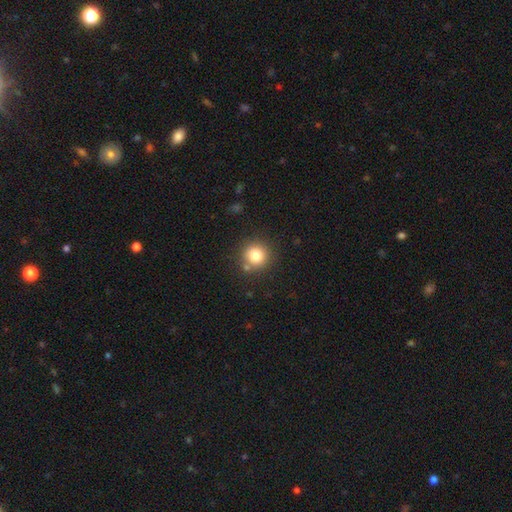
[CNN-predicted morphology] Smooth or featured?
  - smooth: 80% *
  - star or artifact: 12%
  - featured or disk: 8%
How rounded?
  - round: 93% *
  - in between: 6%
  - cigar-shaped: 1%
Merging?
  - none: 82% *
  - minor disturbance: 9%
  - merger: 6%
  - major disturbance: 3%